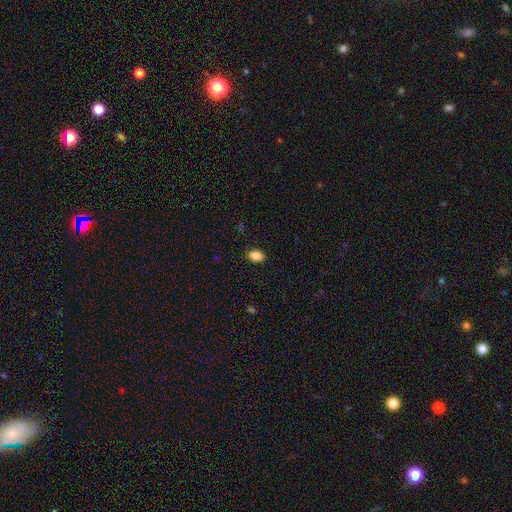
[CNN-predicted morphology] This appears to be a smooth galaxy with no disk features (87%) that is in between round and cigar-shaped (87%). Merging: none (88%).